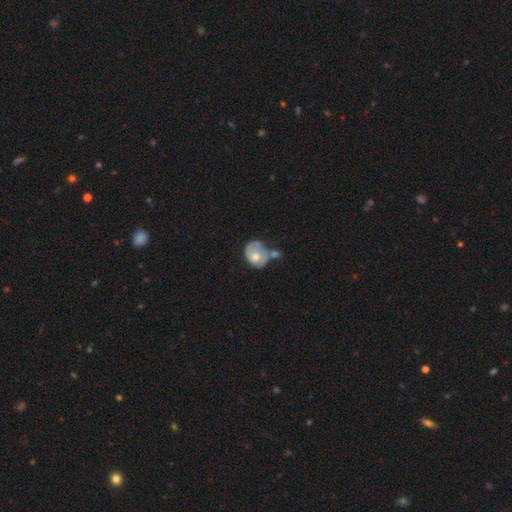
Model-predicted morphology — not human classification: Smooth or featured: featured or disk — 50% (smooth — 44%)
Merging: merger — 31% (none — 30%)